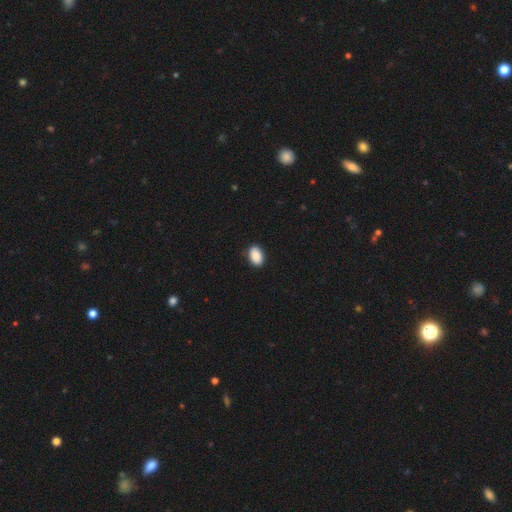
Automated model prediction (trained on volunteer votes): This is clearly a smooth galaxy (90%). How rounded: clearly in between (90%). Merging: clearly none (88%).